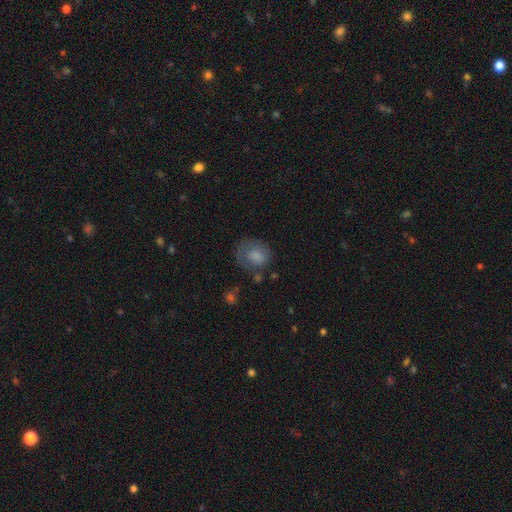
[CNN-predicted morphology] The model was most divided on "merging": none: 51%, minor disturbance: 25%, major disturbance: 20%, merger: 4%. More confident: smooth or featured — smooth (74%); how rounded — round (62%).